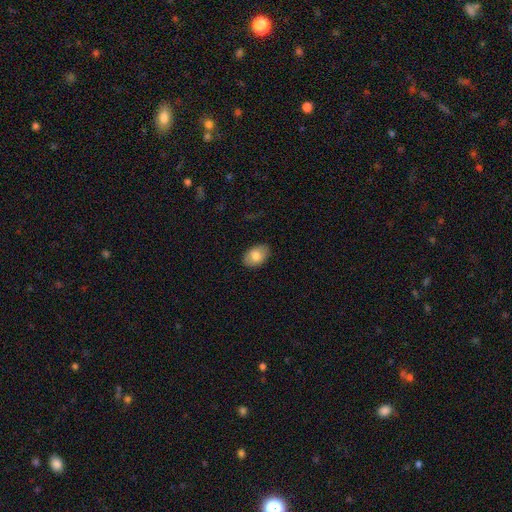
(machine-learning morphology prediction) This appears to be a smooth galaxy with no disk features (80%) that is in between round and cigar-shaped (87%). Merging: none (87%).